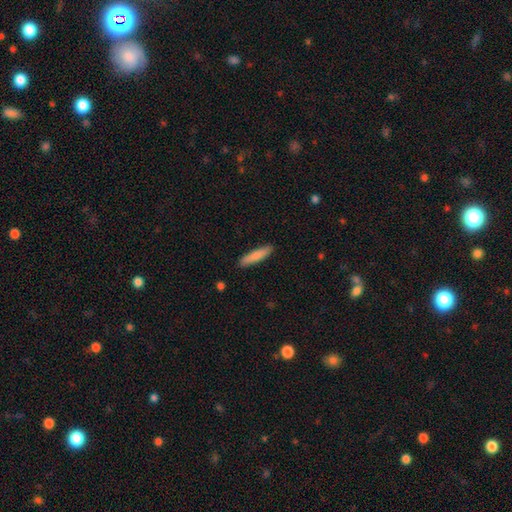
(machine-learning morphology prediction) Q: Smooth or featured?
A: smooth (83%); runner-up: featured or disk (11%)
Q: How rounded?
A: cigar-shaped (86%); runner-up: in between (13%)
Q: Merging?
A: none (90%); runner-up: minor disturbance (8%)